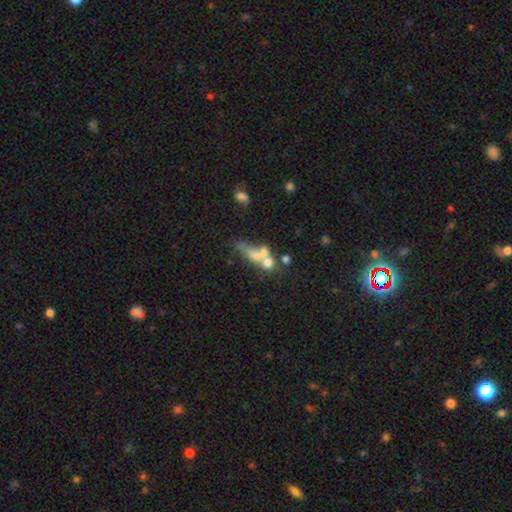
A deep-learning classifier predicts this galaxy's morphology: Smooth or featured? smooth (49%)
Merging? merger (49%)